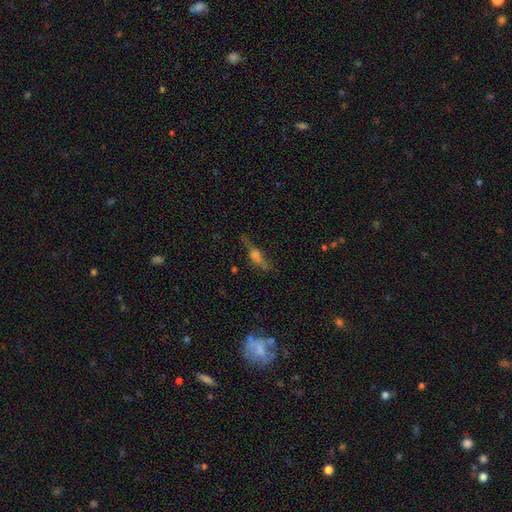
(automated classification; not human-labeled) Overall: featured or disk (58%; smooth 24%). Edge-on disk: yes (78%). Merging: none (64%).